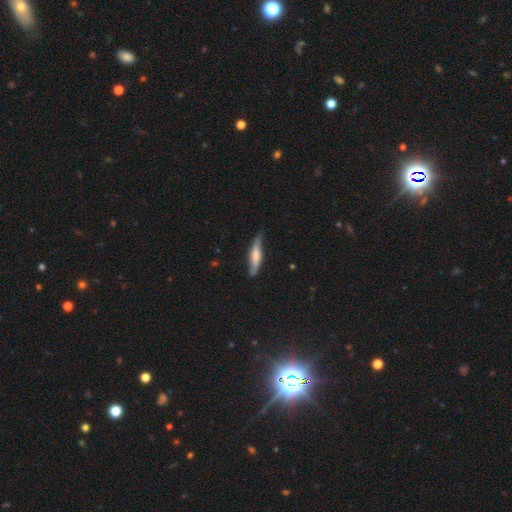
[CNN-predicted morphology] Smooth or featured: smooth — 56% (featured or disk — 38%)
How rounded: cigar-shaped — 85% (in between — 13%)
Merging: none — 70% (minor disturbance — 25%)